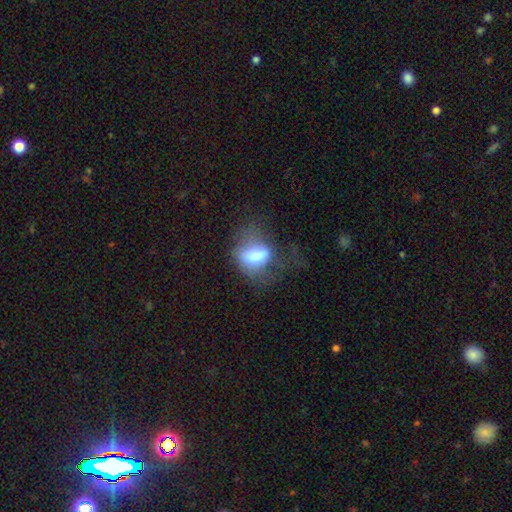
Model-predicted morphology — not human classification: smooth_or_featured: smooth (p=0.68) [alt: featured or disk p=0.22]
how_rounded: in between (p=0.78) [alt: round p=0.19]
merging: major disturbance (p=0.42) [alt: none p=0.32]